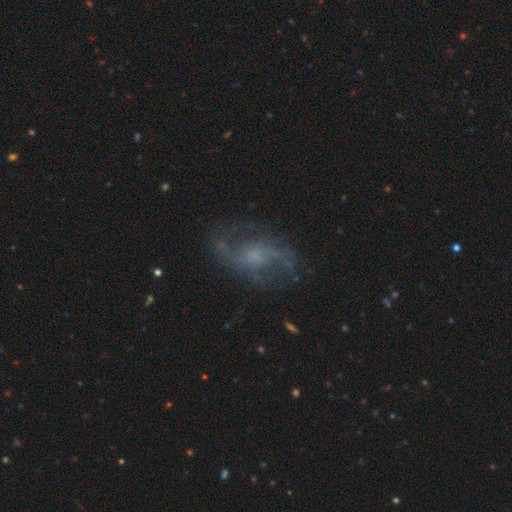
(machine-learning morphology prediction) This is likely a featured or disk galaxy (80%). It is clearly not viewed edge-on (96%). Bar: possibly no (56%). Spiral arm pattern: clearly yes (92%). Spiral arm count: clearly 2 (86%). Spiral winding: possibly loose (51%). Central bulge: marginally small (40%). Merging: likely none (72%).